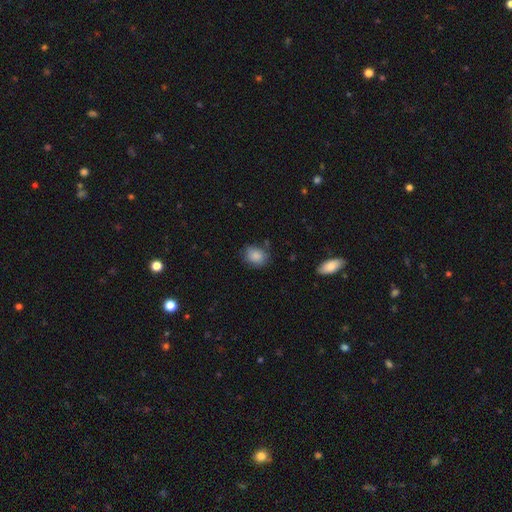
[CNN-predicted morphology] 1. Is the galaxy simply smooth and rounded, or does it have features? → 85% smooth, 8% star or artifact, 6% featured or disk.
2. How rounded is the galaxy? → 51% round, 48% in between, 1% cigar-shaped.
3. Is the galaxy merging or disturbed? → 72% none, 20% minor disturbance, 4% major disturbance, 3% merger.